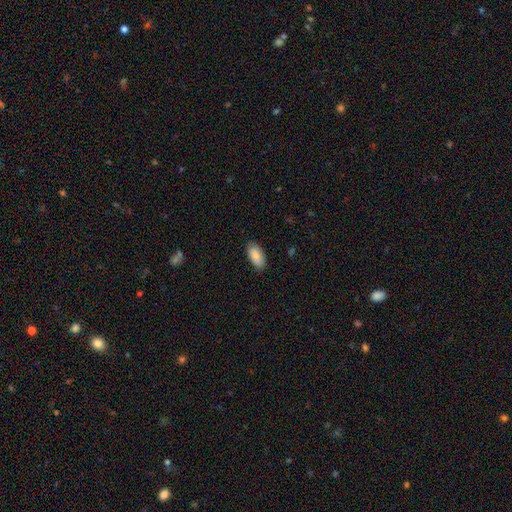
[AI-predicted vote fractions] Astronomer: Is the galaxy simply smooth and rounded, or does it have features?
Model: smooth — 86%.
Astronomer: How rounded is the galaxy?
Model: in between — 93%.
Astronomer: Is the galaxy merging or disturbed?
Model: none — 87%.